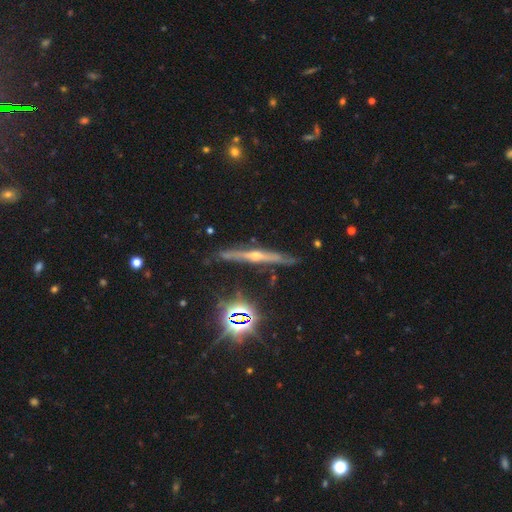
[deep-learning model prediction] A featured or disk galaxy (74%) viewed edge-on (96%) with a rounded central bulge (80%).

Vote fractions:
- Smooth or featured? featured or disk: 74% / star or artifact: 14% / smooth: 13%
- Edge-on disk? yes: 96% / no: 4%
- Edge-on bulge? rounded: 80% / none: 15% / boxy: 4%
- Merging? none: 82% / minor disturbance: 13% / major disturbance: 3% / merger: 2%